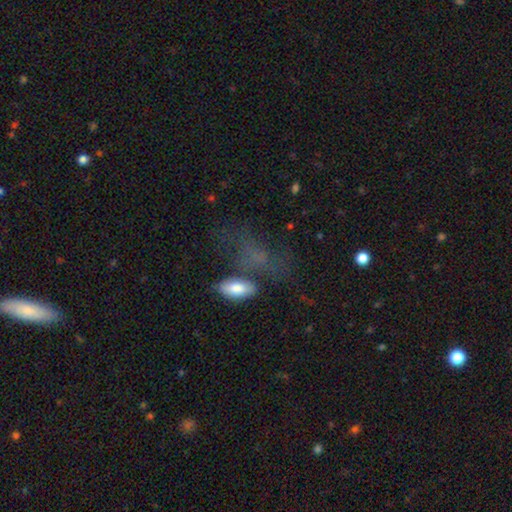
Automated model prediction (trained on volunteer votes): A smooth galaxy with no disk features (56%) that is in between round and cigar-shaped (71%).

Vote fractions:
- Smooth or featured? smooth: 56% / featured or disk: 25% / star or artifact: 20%
- How rounded? in between: 71% / cigar-shaped: 20% / round: 10%
- Merging? none: 40% / major disturbance: 22% / merger: 19% / minor disturbance: 19%